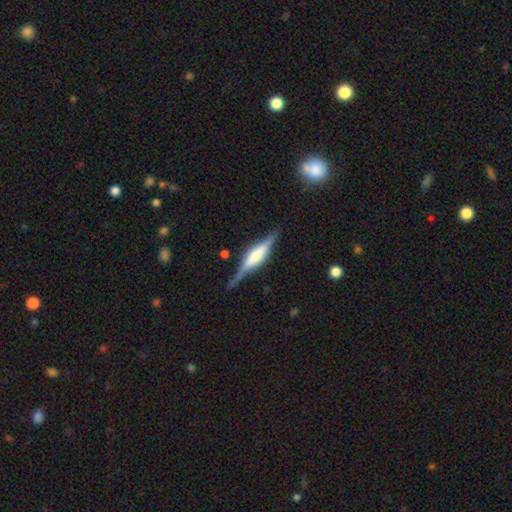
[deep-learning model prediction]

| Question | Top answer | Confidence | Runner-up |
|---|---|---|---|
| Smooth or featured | featured or disk | 76% | smooth (18%) |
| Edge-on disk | yes | 96% | no (4%) |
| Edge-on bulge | rounded | 60% | boxy (34%) |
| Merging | none | 79% | minor disturbance (15%) |